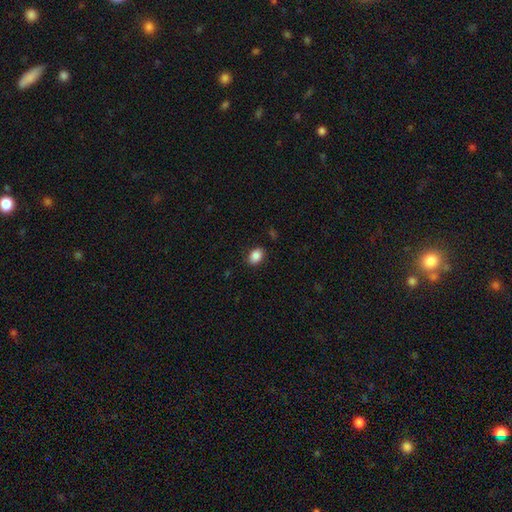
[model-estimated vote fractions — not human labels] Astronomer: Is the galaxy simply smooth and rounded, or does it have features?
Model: smooth — 87%.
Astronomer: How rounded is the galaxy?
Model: in between — 72%.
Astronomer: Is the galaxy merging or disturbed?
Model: none — 86%.